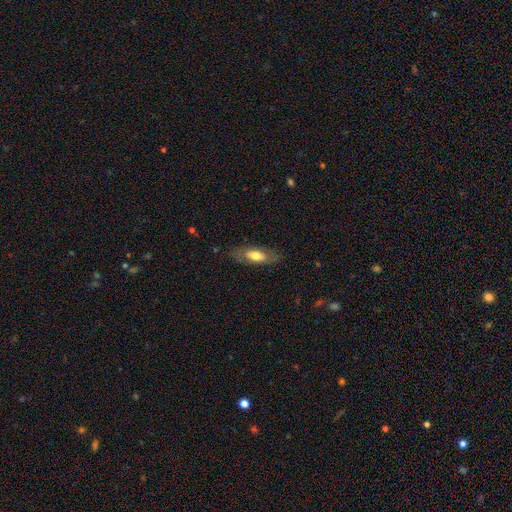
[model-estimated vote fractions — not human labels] Smooth or featured? Predicted: smooth (p=0.59). How rounded? Predicted: in between (p=0.69). Merging? Predicted: none (p=0.78).